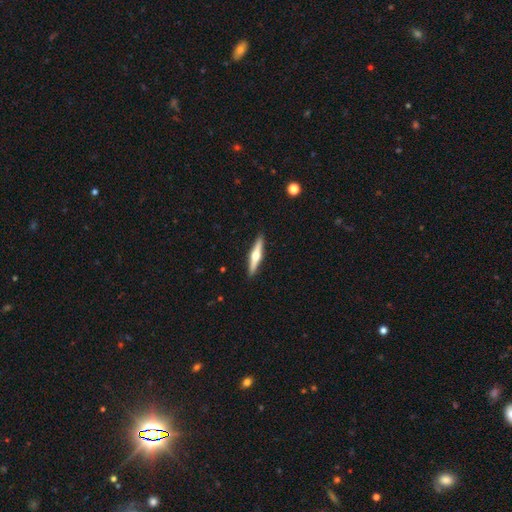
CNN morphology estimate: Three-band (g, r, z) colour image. It shows a featured or disk galaxy (67%) viewed edge-on (97%) with a rounded central bulge (95%). Merging: none (91%).